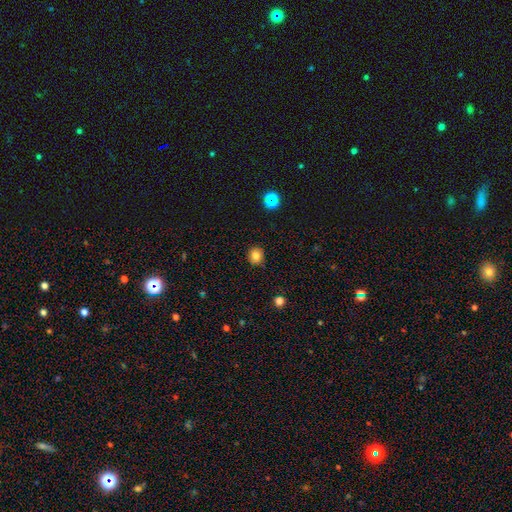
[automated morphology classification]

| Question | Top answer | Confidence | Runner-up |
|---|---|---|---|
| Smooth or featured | smooth | 81% | star or artifact (12%) |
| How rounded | round | 88% | in between (11%) |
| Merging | none | 89% | minor disturbance (8%) |